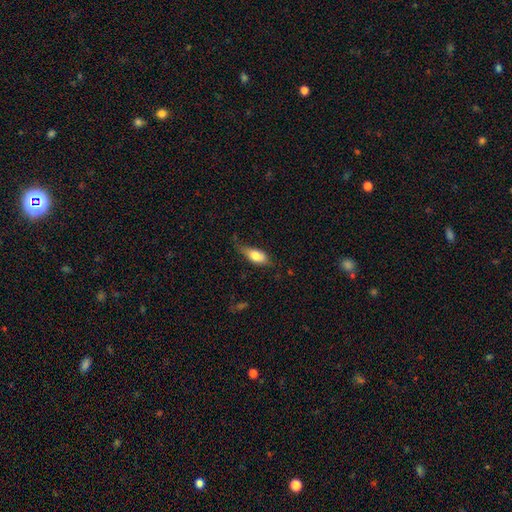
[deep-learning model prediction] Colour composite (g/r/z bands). It shows a smooth galaxy with no disk features (74%) that is in between round and cigar-shaped (79%). Merging: none (48%).